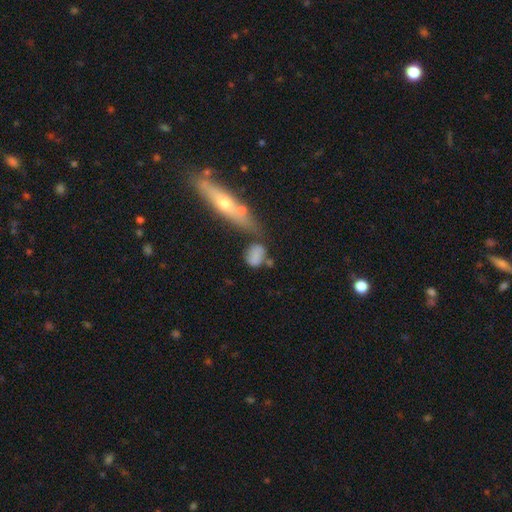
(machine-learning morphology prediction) This is likely a smooth galaxy (74%). How rounded: likely in between (64%). Merging: marginally none (44%).